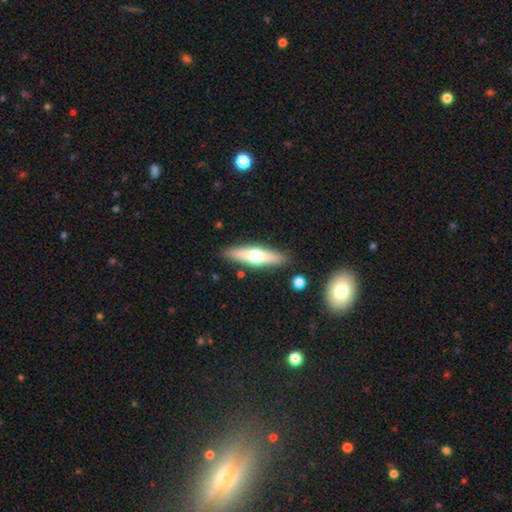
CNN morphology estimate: A smooth galaxy with no disk features (47%, tied with featured or disk). Merging: none (87%).